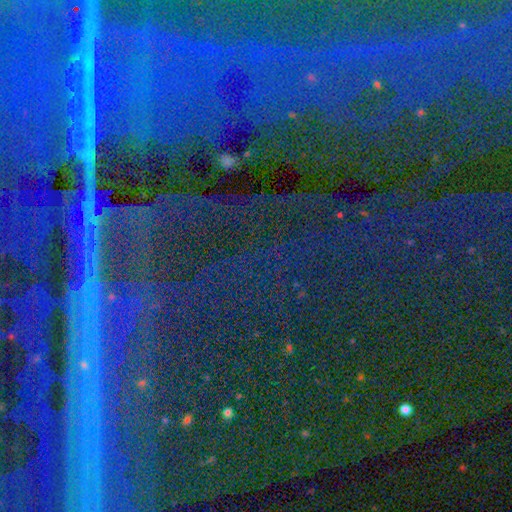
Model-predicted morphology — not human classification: Smooth or featured? Predicted: star or artifact (p=0.87).